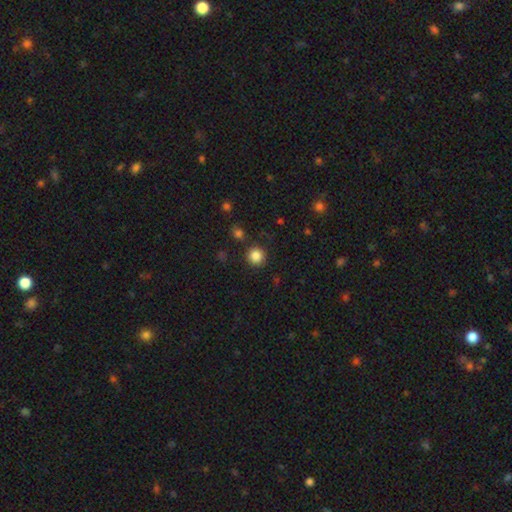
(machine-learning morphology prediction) This appears to be a smooth galaxy with no disk features (85%) that is round (94%). Merging: none (88%).